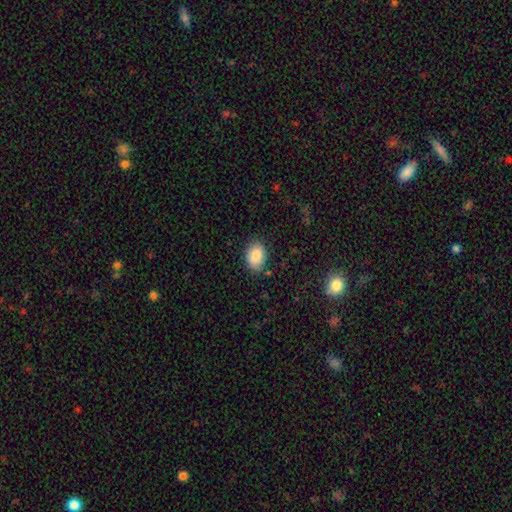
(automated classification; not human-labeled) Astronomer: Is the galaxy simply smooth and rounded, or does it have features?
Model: smooth — 85%.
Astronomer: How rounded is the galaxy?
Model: in between — 79%.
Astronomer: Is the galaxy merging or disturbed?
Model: none — 85%.